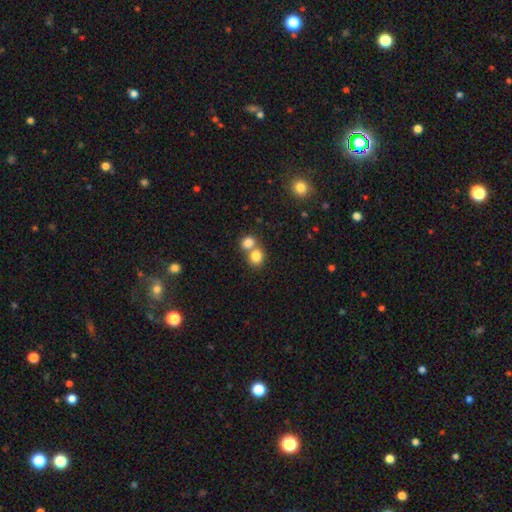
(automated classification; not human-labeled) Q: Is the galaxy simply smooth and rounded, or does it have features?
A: smooth — 81%.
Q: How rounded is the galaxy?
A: round — 75%.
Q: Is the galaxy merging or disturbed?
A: merger — 53%.